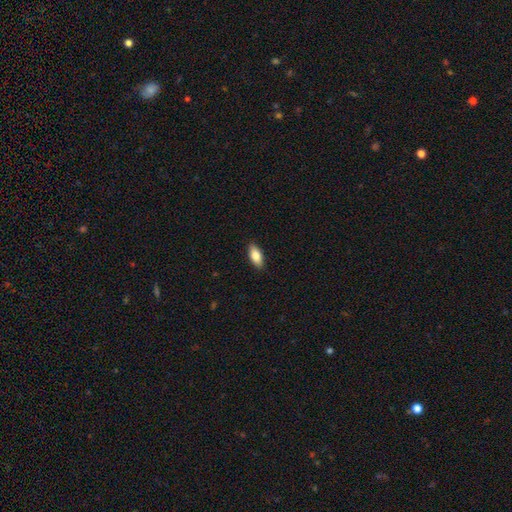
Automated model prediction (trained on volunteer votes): A smooth galaxy with no disk features (81%) that is in between round and cigar-shaped (86%).

Vote fractions:
- Smooth or featured? smooth: 81% / featured or disk: 13% / star or artifact: 6%
- How rounded? in between: 86% / cigar-shaped: 12% / round: 3%
- Merging? none: 89% / minor disturbance: 8% / major disturbance: 2% / merger: 1%